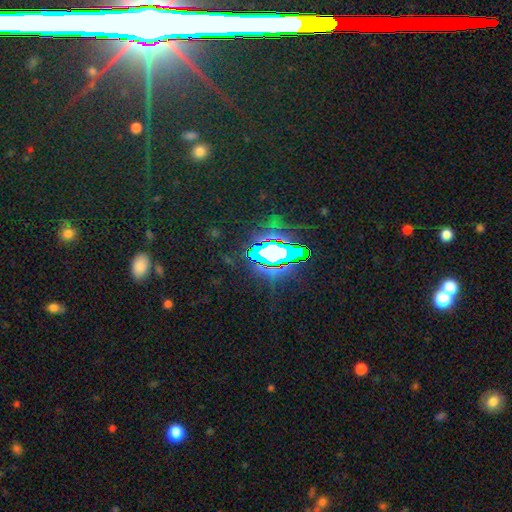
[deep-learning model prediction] Overall: star or artifact (69%).